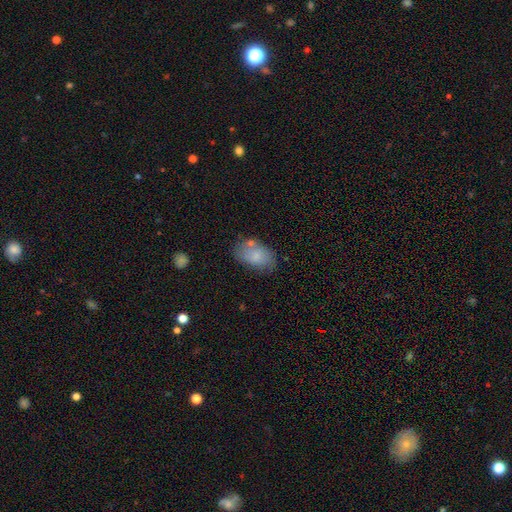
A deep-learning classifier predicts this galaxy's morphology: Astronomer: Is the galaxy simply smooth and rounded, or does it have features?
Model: smooth — 73%.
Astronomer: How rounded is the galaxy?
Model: in between — 91%.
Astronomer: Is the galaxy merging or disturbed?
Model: none — 60%.